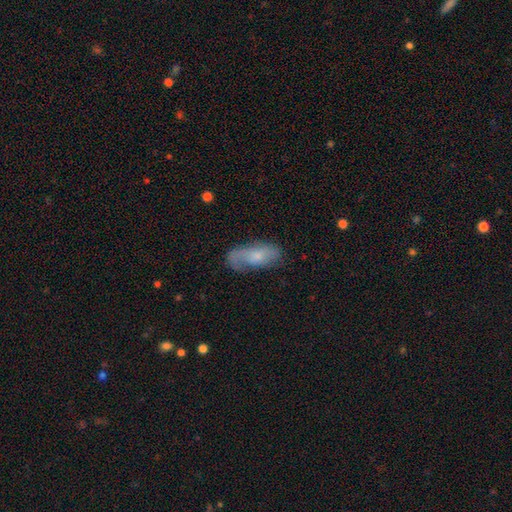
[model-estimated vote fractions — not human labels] smooth_or_featured: smooth (p=0.50) [alt: featured or disk p=0.43]
how_rounded: in between (p=0.82) [alt: cigar-shaped p=0.15]
merging: none (p=0.54) [alt: minor disturbance p=0.27]